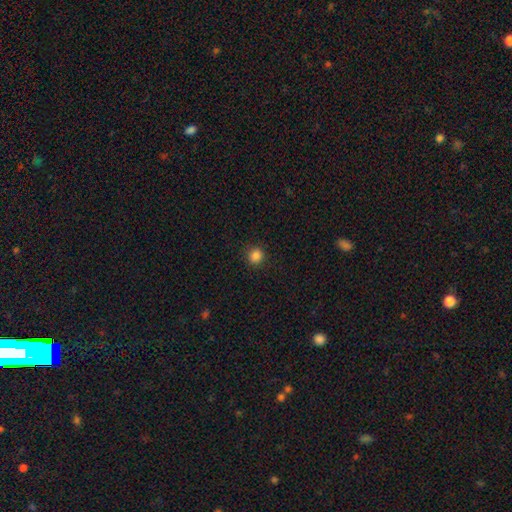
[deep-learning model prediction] Smooth or featured?
  - smooth: 84% *
  - star or artifact: 12%
  - featured or disk: 4%
How rounded?
  - round: 89% *
  - in between: 10%
  - cigar-shaped: 1%
Merging?
  - none: 91% *
  - minor disturbance: 6%
  - major disturbance: 2%
  - merger: 1%